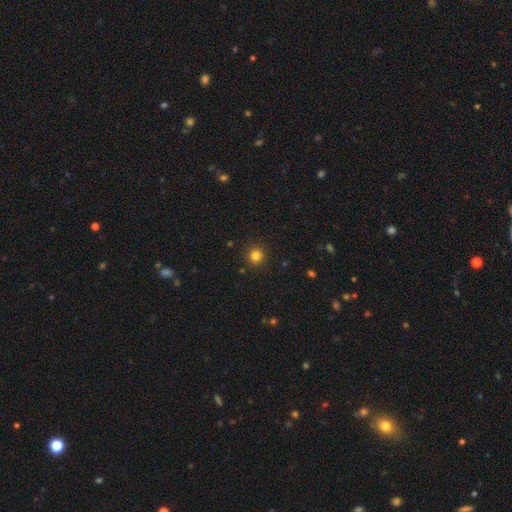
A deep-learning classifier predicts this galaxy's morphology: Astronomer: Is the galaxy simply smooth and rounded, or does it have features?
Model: smooth — 81%.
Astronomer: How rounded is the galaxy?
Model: round — 93%.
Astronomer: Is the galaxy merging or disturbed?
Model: none — 91%.